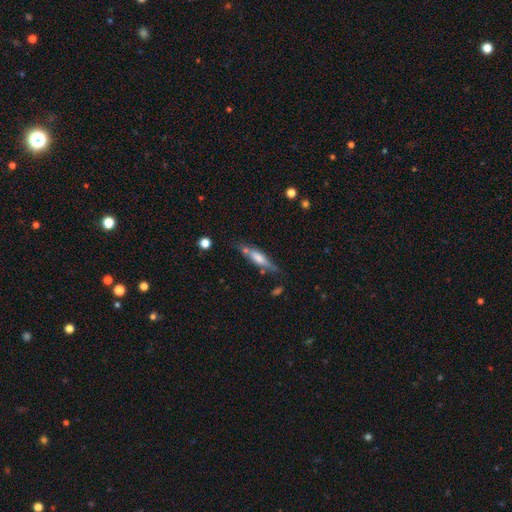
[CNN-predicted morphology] This is possibly a featured or disk galaxy (52%). It is clearly viewed edge-on (90%). Merging: likely none (72%).